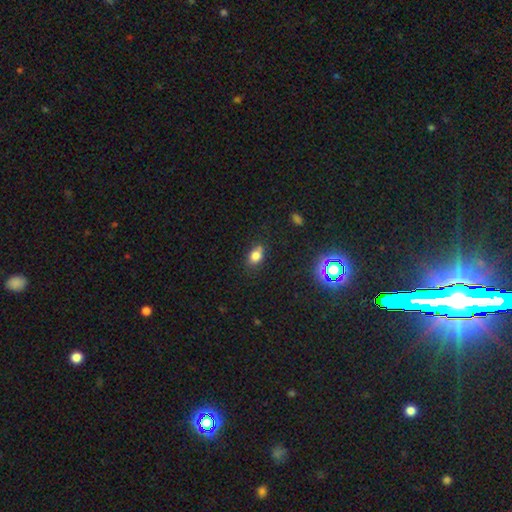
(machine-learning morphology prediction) smooth-or-featured: smooth: 78% | star or artifact: 14% | featured or disk: 8%
  how-rounded: in between: 70% | round: 29% | cigar-shaped: 2%
  merging: none: 69% | minor disturbance: 19% | merger: 7% | major disturbance: 5%